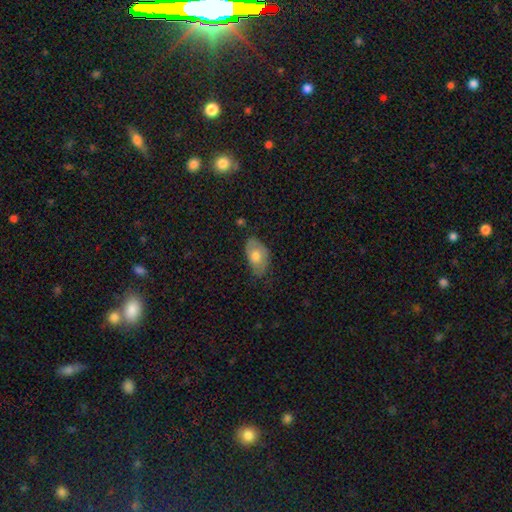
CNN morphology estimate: A smooth galaxy with no disk features (59%) that is in between round and cigar-shaped (91%).

Vote fractions:
- Smooth or featured? smooth: 59% / featured or disk: 35% / star or artifact: 7%
- How rounded? in between: 91% / round: 7% / cigar-shaped: 2%
- Merging? none: 59% / minor disturbance: 31% / major disturbance: 8% / merger: 2%